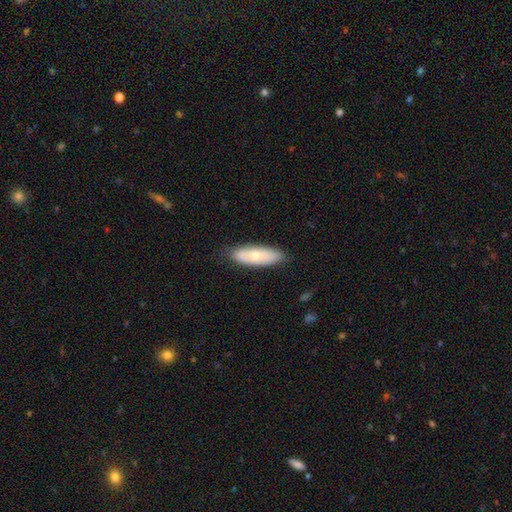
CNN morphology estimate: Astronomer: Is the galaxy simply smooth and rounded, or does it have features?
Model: smooth — 68%.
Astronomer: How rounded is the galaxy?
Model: in between — 61% (runner-up: cigar-shaped, 37%).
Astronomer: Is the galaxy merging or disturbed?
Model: none — 83%.